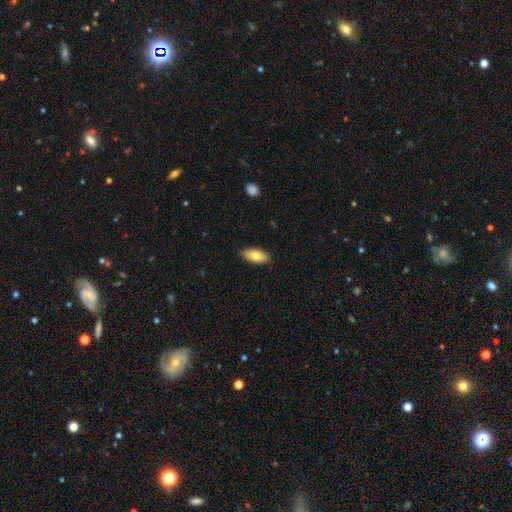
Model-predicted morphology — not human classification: Smooth or featured: smooth — 79% (featured or disk — 15%)
How rounded: in between — 89% (cigar-shaped — 9%)
Merging: none — 88% (minor disturbance — 9%)